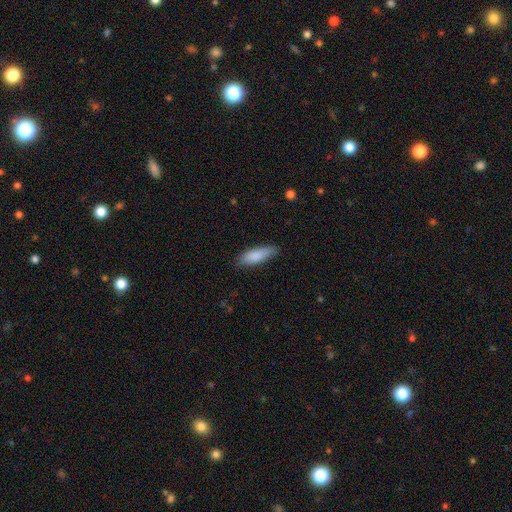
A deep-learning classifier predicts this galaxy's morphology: Smooth or featured: smooth — 86% (featured or disk — 8%)
How rounded: in between — 54% (cigar-shaped — 44%)
Merging: none — 80% (minor disturbance — 16%)